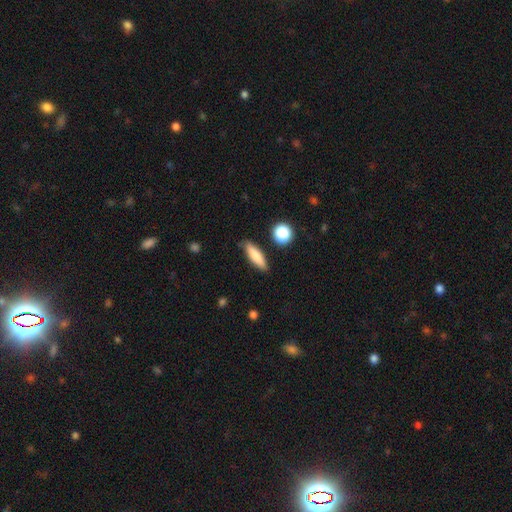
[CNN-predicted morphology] This is likely a smooth galaxy (80%). How rounded: likely cigar-shaped (61%). Merging: clearly none (84%).